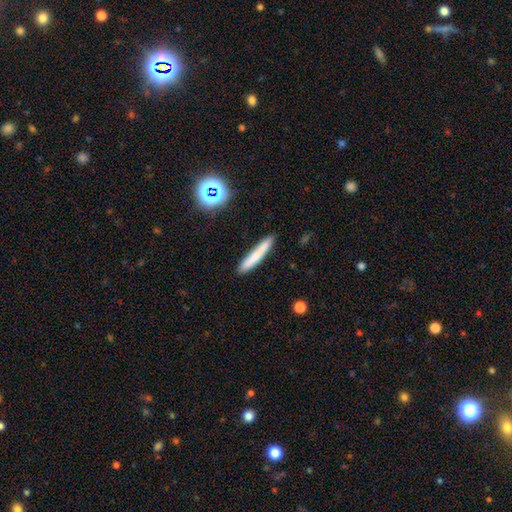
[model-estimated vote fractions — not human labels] This is likely a smooth galaxy (73%). How rounded: clearly cigar-shaped (94%). Merging: clearly none (88%).